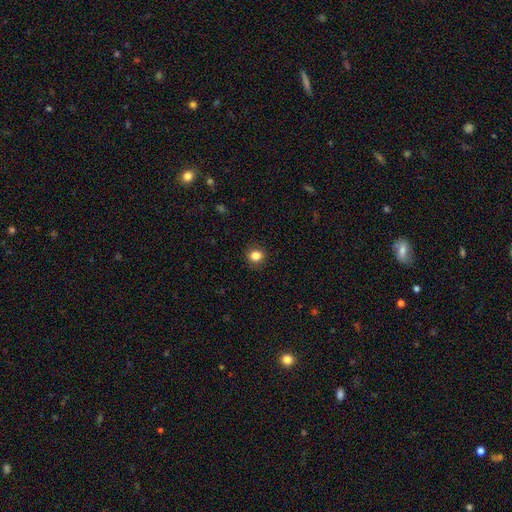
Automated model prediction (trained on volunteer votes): Q: Smooth or featured?
A: smooth (84%); runner-up: star or artifact (11%)
Q: How rounded?
A: round (79%); runner-up: in between (20%)
Q: Merging?
A: none (90%); runner-up: minor disturbance (7%)